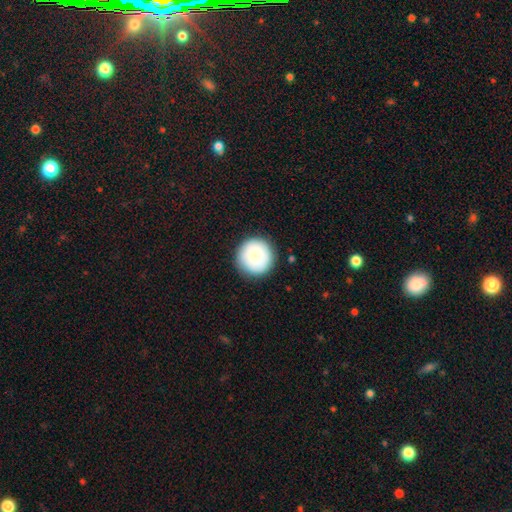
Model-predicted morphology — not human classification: Smooth or featured? Predicted: smooth (p=0.79). How rounded? Predicted: round (p=0.95). Merging? Predicted: none (p=0.88).